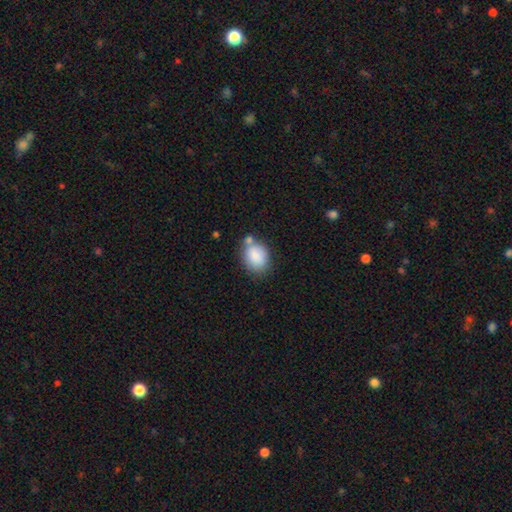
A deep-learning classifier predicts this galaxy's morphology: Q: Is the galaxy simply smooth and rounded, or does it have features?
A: smooth — 85%.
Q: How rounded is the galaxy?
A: in between — 55%.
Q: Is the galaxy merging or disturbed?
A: none — 57%.